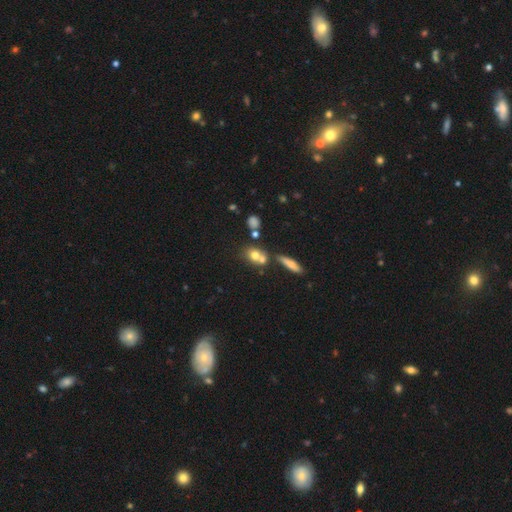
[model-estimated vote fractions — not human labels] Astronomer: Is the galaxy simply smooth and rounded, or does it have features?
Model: smooth — 68%.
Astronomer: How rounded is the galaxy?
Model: round — 54% (runner-up: in between, 40%).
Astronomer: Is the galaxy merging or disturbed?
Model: none — 43%, tied with merger at 43%.